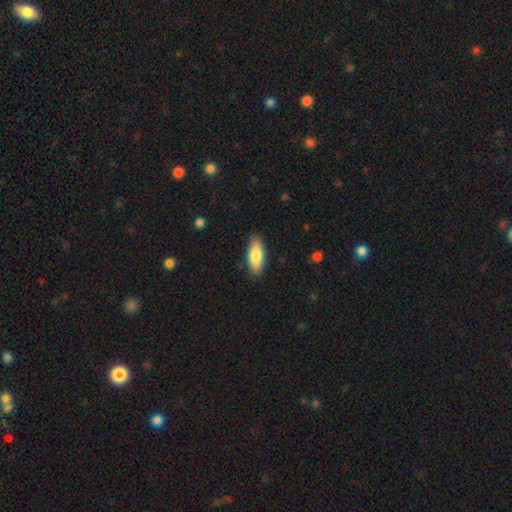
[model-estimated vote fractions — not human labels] The model was most divided on "how rounded": in between: 73%, cigar-shaped: 25%, round: 2%. More confident: merging — none (88%); smooth or featured — smooth (83%).